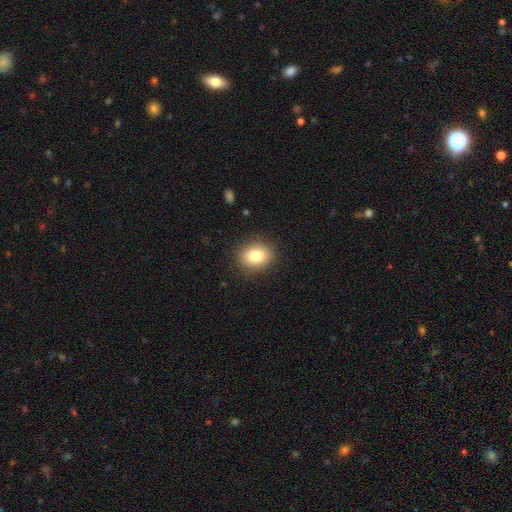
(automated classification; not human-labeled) Smooth or featured: smooth — 82% (star or artifact — 9%)
How rounded: round — 51% (in between — 48%)
Merging: none — 88% (minor disturbance — 8%)